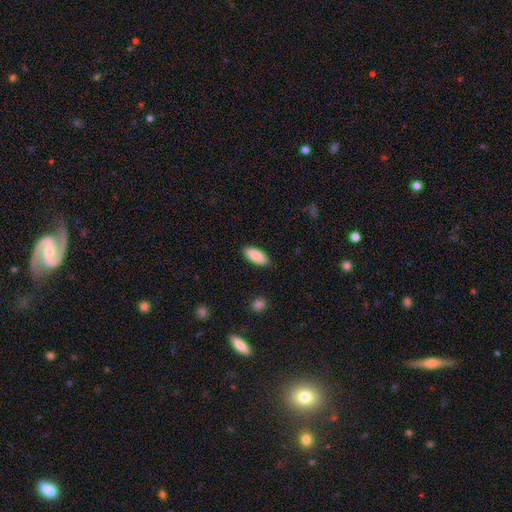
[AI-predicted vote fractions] Smooth or featured?
  - smooth: 90% *
  - star or artifact: 6%
  - featured or disk: 5%
How rounded?
  - in between: 84% *
  - cigar-shaped: 14%
  - round: 2%
Merging?
  - none: 87% *
  - minor disturbance: 9%
  - major disturbance: 2%
  - merger: 1%